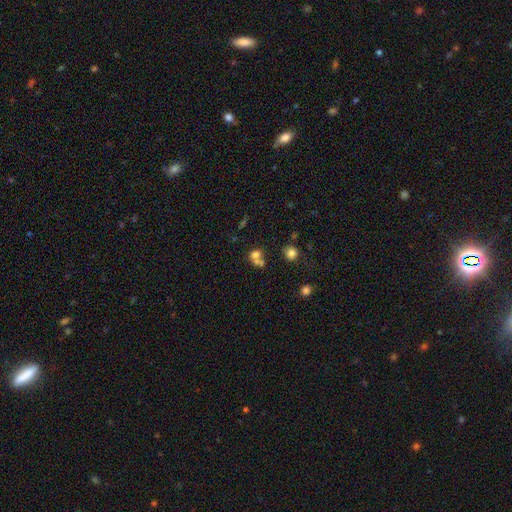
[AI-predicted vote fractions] This appears to be a smooth galaxy with no disk features (65%) that is round (63%). Merging: merger (53%).